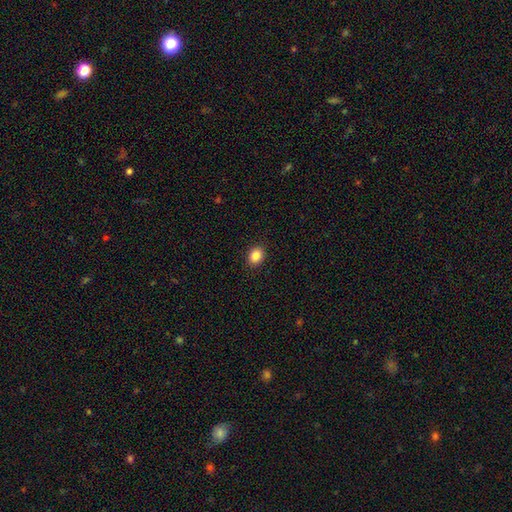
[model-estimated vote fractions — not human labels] This appears to be a smooth galaxy with no disk features (86%) that is in between round and cigar-shaped (50%). Merging: none (91%).